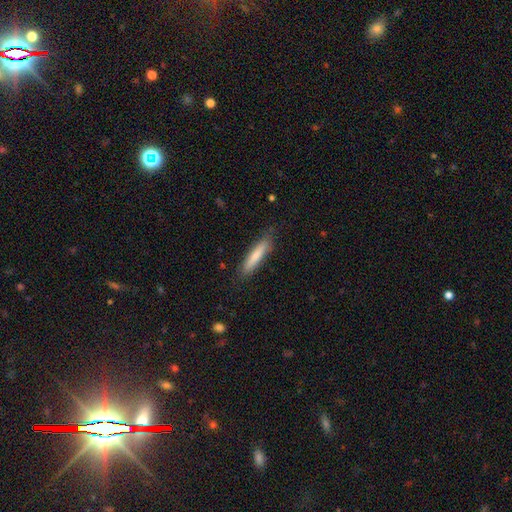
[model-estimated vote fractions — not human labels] A smooth galaxy with no disk features (77%) that is cigar-shaped (87%). Merging: none (85%).